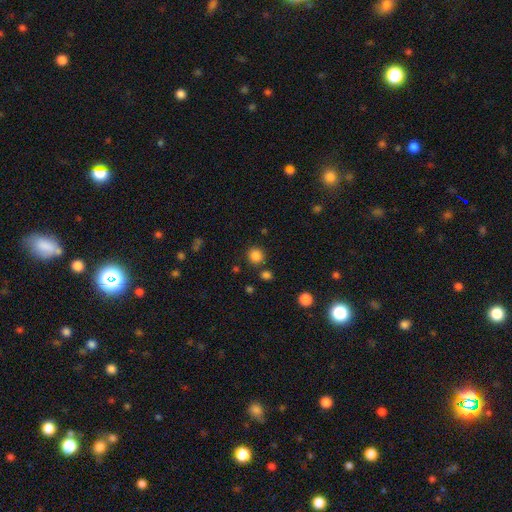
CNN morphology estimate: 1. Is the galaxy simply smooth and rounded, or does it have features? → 83% smooth, 13% star or artifact, 4% featured or disk.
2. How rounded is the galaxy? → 91% round, 8% in between, 1% cigar-shaped.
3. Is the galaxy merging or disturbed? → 82% none, 8% minor disturbance, 7% merger, 3% major disturbance.